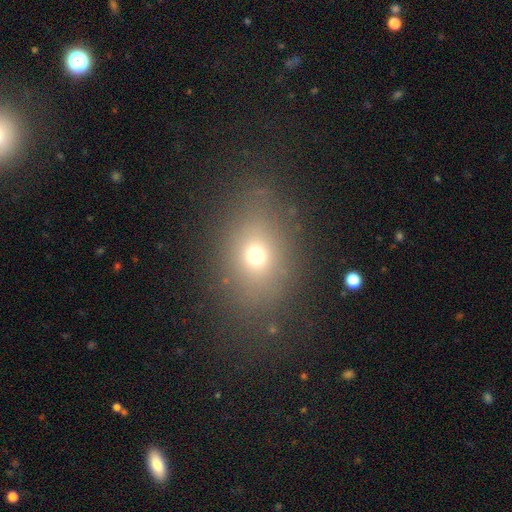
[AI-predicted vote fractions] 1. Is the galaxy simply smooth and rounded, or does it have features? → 67% smooth, 20% star or artifact, 13% featured or disk.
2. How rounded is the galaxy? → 57% in between, 41% round, 2% cigar-shaped.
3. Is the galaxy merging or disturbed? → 77% none, 12% minor disturbance, 8% major disturbance, 3% merger.